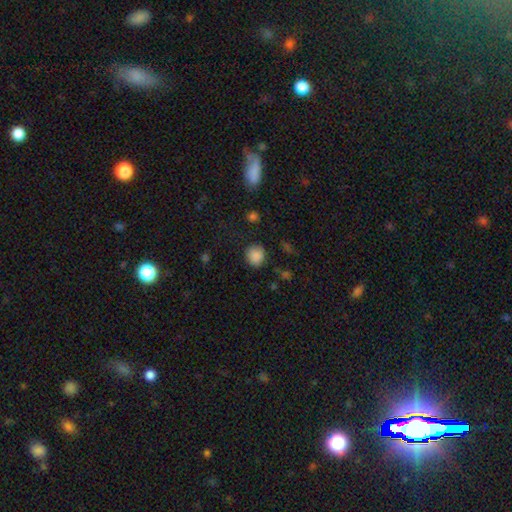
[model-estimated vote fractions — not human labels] This is clearly a smooth galaxy (87%). How rounded: clearly round (83%). Merging: clearly none (84%).